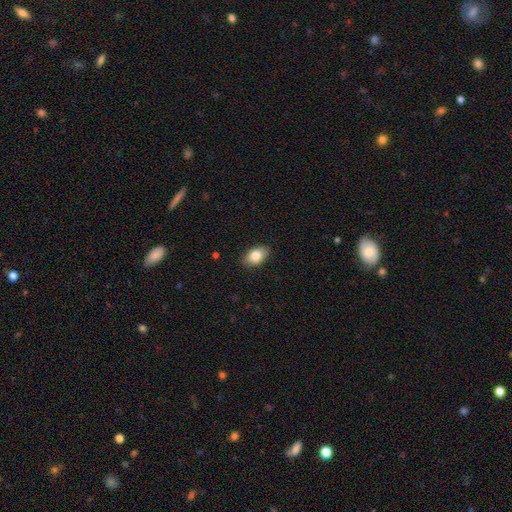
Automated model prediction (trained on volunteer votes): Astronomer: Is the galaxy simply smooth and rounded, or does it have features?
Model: smooth — 83%.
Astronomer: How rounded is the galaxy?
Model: in between — 89%.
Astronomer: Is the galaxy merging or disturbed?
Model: none — 86%.